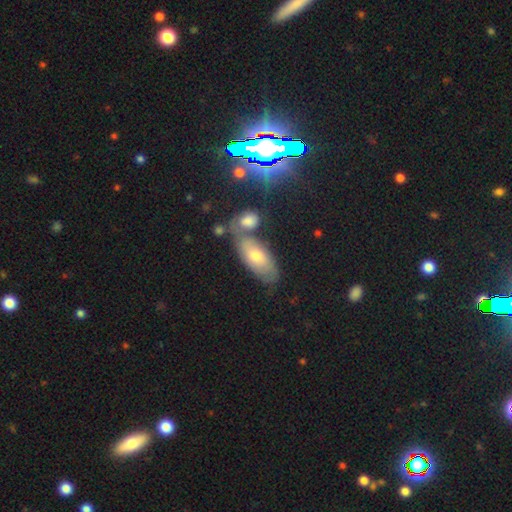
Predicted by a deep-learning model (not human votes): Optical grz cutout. It shows a smooth galaxy with no disk features (57%) that is in between round and cigar-shaped (86%). Merging: none (57%).